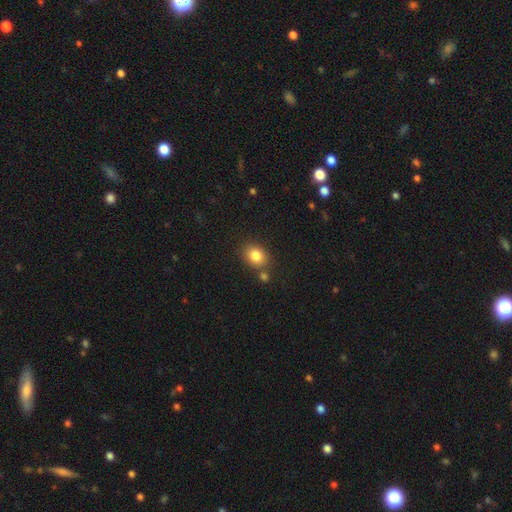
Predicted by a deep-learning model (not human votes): smooth_or_featured: smooth (p=0.83) [alt: star or artifact p=0.10]
how_rounded: in between (p=0.54) [alt: round p=0.45]
merging: none (p=0.73) [alt: merger p=0.12]